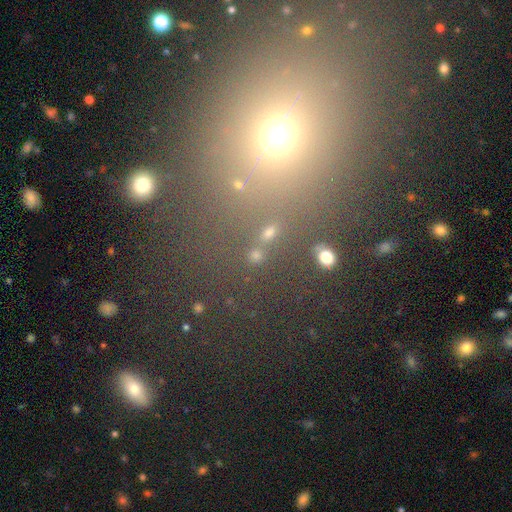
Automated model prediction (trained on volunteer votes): A smooth galaxy with no disk features (62%) that is round (70%).

Vote fractions:
- Smooth or featured? smooth: 62% / star or artifact: 29% / featured or disk: 9%
- How rounded? round: 70% / in between: 26% / cigar-shaped: 4%
- Merging? none: 73% / merger: 11% / minor disturbance: 10% / major disturbance: 6%